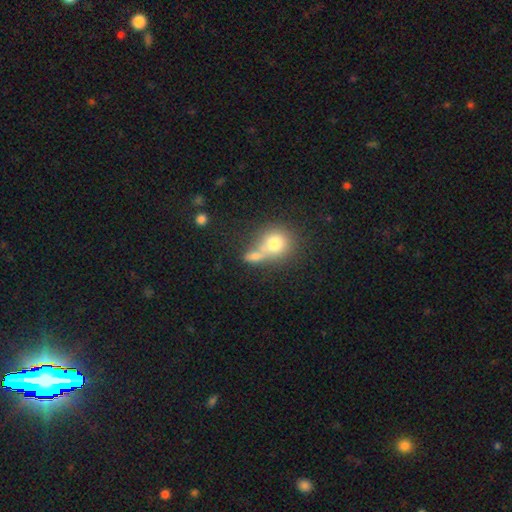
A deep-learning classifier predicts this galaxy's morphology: smooth-or-featured: smooth: 72% | featured or disk: 15% | star or artifact: 13%
  how-rounded: round: 55% | in between: 37% | cigar-shaped: 8%
  merging: merger: 47% | none: 34% | minor disturbance: 10% | major disturbance: 8%